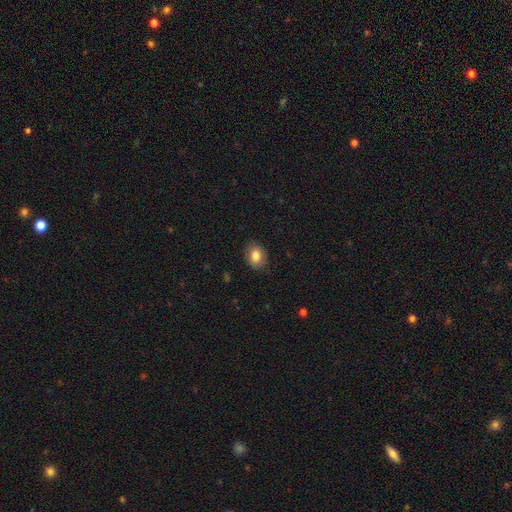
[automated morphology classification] smooth-or-featured: smooth: 83% | star or artifact: 9% | featured or disk: 8%
  how-rounded: in between: 61% | round: 38% | cigar-shaped: 1%
  merging: none: 87% | minor disturbance: 10% | major disturbance: 2% | merger: 1%